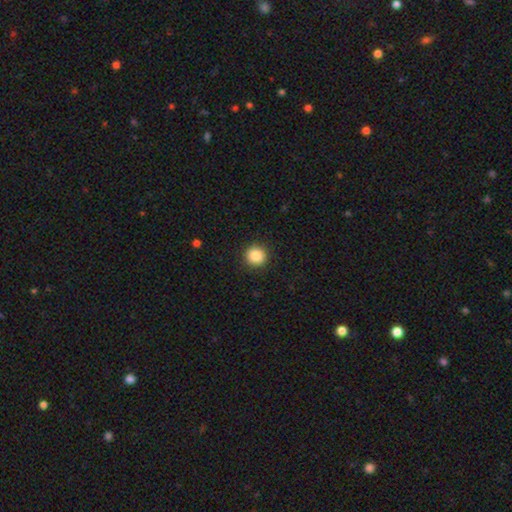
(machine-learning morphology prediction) Smooth or featured? smooth (87%)
How rounded? round (93%)
Merging? none (91%)